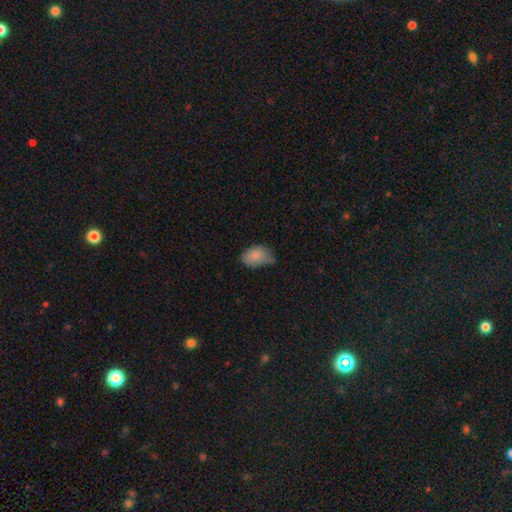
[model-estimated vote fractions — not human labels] Smooth or featured? smooth (84%)
How rounded? in between (85%)
Merging? minor disturbance (44%)